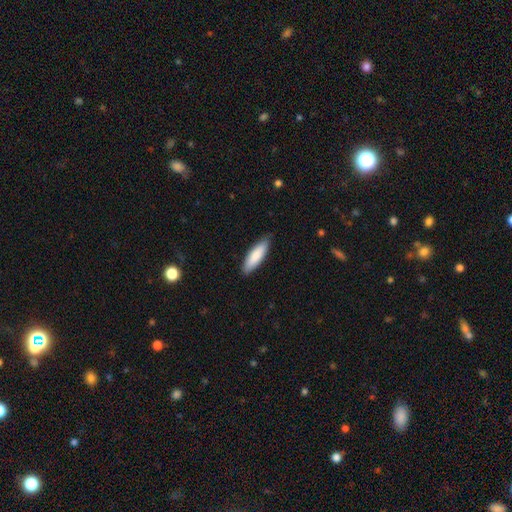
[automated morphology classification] The model was most divided on "how rounded": cigar-shaped: 52%, in between: 47%, round: 1%. More confident: merging — none (84%); smooth or featured — smooth (84%).